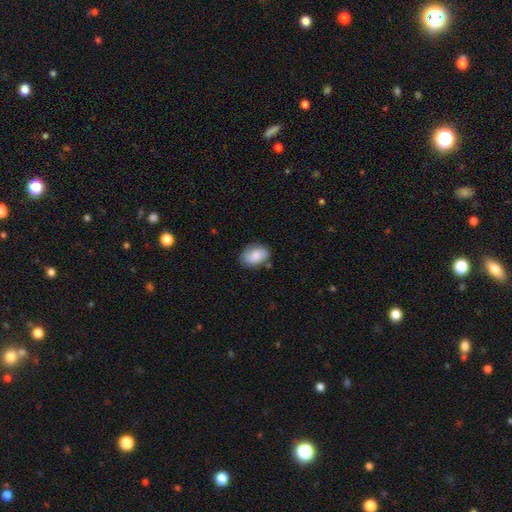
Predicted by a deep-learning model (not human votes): This appears to be a smooth galaxy with no disk features (78%) that is in between round and cigar-shaped (85%). Merging: none (72%).